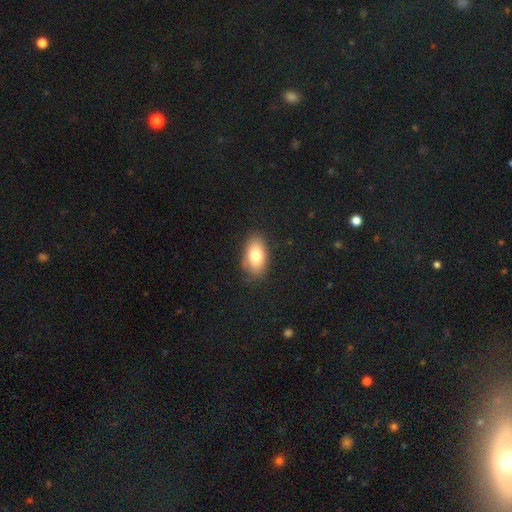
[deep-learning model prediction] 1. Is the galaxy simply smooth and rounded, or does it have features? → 80% smooth, 12% featured or disk, 8% star or artifact.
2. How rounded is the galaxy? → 92% in between, 6% round, 2% cigar-shaped.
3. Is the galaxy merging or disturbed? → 84% none, 12% minor disturbance, 3% major disturbance, 1% merger.